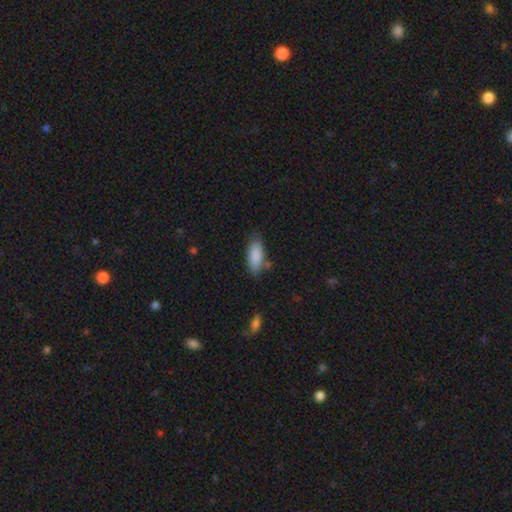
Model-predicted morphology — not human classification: Smooth or featured? smooth (88%)
How rounded? in between (79%)
Merging? none (76%)